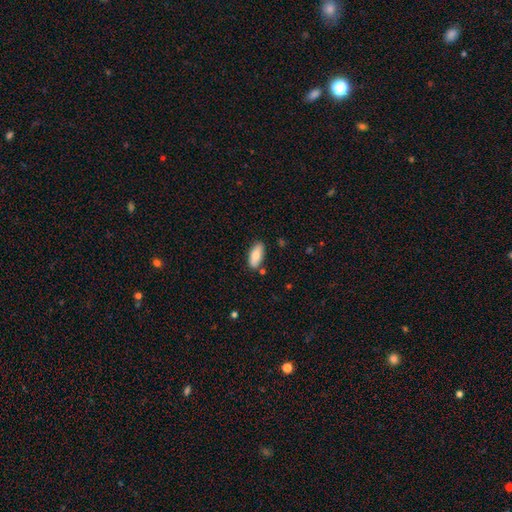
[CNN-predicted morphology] Smooth or featured? smooth (81%)
How rounded? in between (84%)
Merging? none (82%)